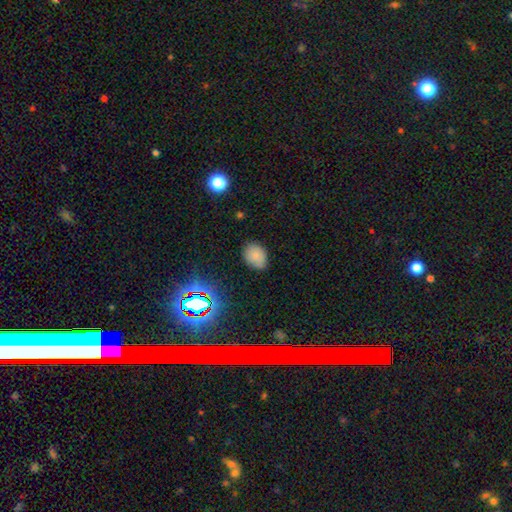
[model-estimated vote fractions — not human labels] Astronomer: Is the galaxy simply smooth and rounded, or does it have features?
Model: smooth — 78%.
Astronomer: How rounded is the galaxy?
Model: in between — 66%.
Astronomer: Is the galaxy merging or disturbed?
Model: none — 77%.